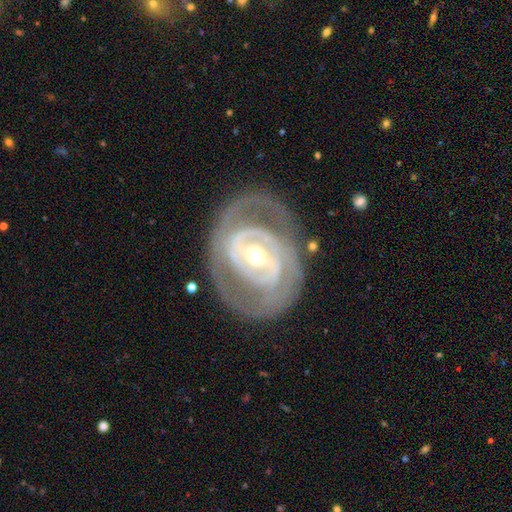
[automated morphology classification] A featured or disk galaxy (86%) with a weak bar (37%), 2 (49%) tight (62%) spiral arms (83%) and a small central bulge (49%).

Vote fractions:
- Smooth or featured? featured or disk: 86% / smooth: 9% / star or artifact: 5%
- Edge-on disk? no: 96% / yes: 4%
- Bar? weak: 37% / strong: 34% / no: 29%
- Spiral arms? yes: 83% / no: 17%
- Spiral winding? tight: 62% / medium: 29% / loose: 9%
- Spiral arm count? 2: 49% / can't tell: 26% / 3: 13% / 1: 4% / 4: 4% / more than 4: 3%
- Bulge size? small: 49% / moderate: 47% / large: 3% / dominant: 1% / none: 1%
- Merging? none: 73% / minor disturbance: 15% / major disturbance: 11% / merger: 2%